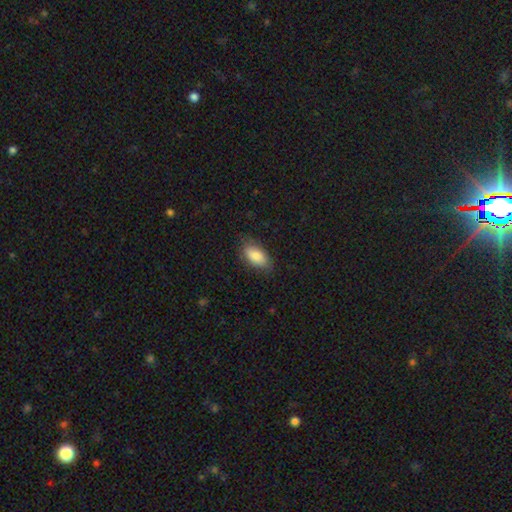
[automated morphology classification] type=smooth (85%); roundness=in between (92%); merging=none (78%).